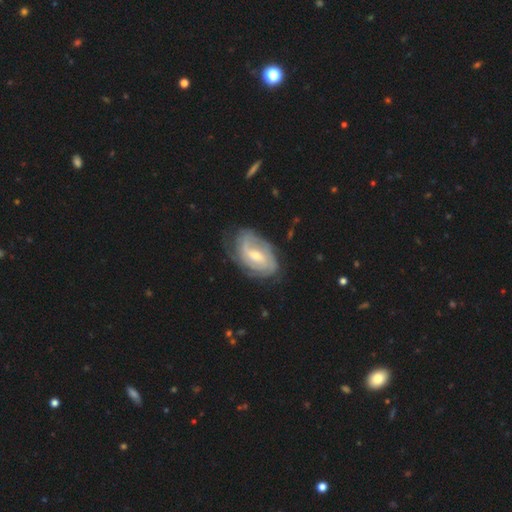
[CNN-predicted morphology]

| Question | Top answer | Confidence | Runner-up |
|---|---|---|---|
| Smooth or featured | featured or disk | 83% | smooth (12%) |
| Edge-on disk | no | 97% | yes (3%) |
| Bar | weak | 54% | no (27%) |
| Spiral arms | yes | 95% | no (5%) |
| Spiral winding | tight | 57% | medium (32%) |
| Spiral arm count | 2 | 41% | can't tell (29%) |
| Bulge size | small | 48% | moderate (47%) |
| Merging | none | 69% | minor disturbance (21%) |